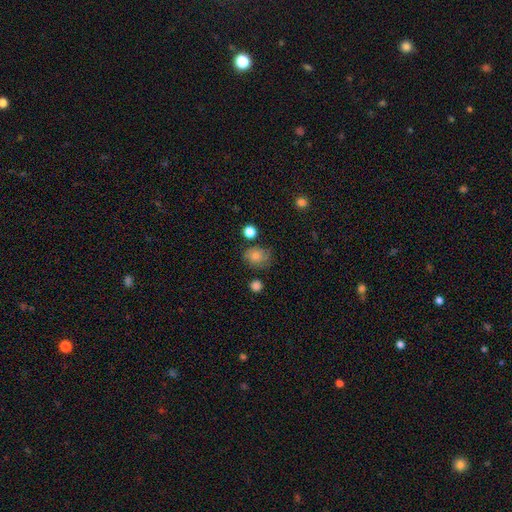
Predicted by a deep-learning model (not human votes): This appears to be a smooth galaxy with no disk features (74%) that is round (61%). Merging: none (70%).